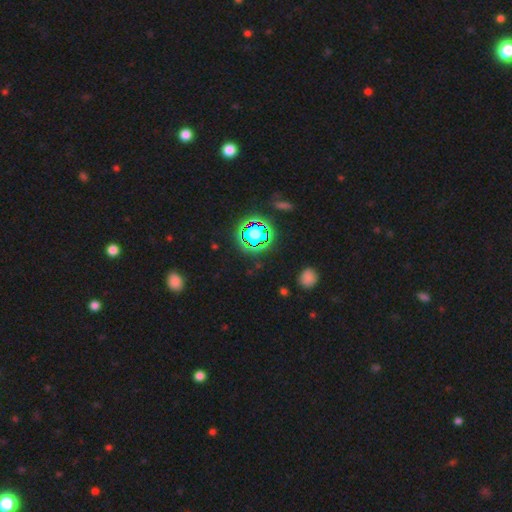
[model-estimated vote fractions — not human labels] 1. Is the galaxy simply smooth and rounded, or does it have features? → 79% star or artifact, 14% smooth, 8% featured or disk.